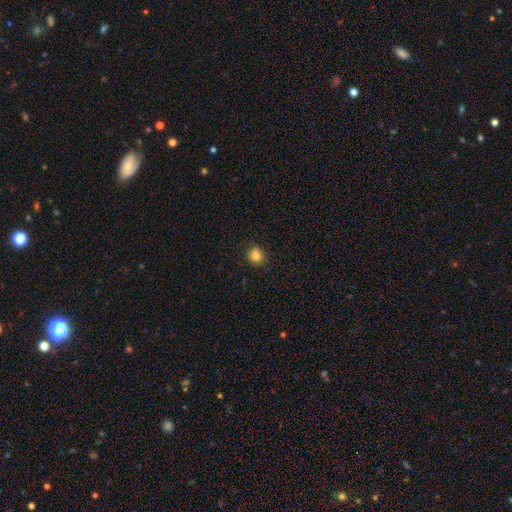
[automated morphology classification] The model was most divided on "how rounded": round: 84%, in between: 15%, cigar-shaped: 1%. More confident: merging — none (89%); smooth or featured — smooth (84%).